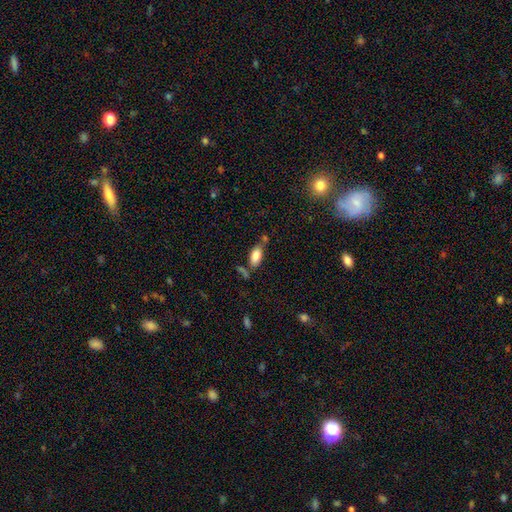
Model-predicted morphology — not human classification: smooth-or-featured: smooth: 82% | featured or disk: 10% | star or artifact: 8%
  how-rounded: in between: 89% | cigar-shaped: 8% | round: 3%
  merging: none: 59% | minor disturbance: 19% | merger: 16% | major disturbance: 6%